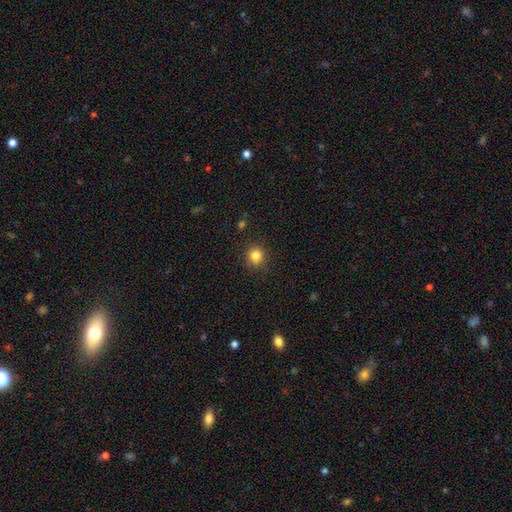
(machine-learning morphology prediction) smooth-or-featured: smooth: 82% | star or artifact: 12% | featured or disk: 5%
  how-rounded: round: 87% | in between: 12% | cigar-shaped: 1%
  merging: none: 86% | minor disturbance: 9% | major disturbance: 3% | merger: 2%